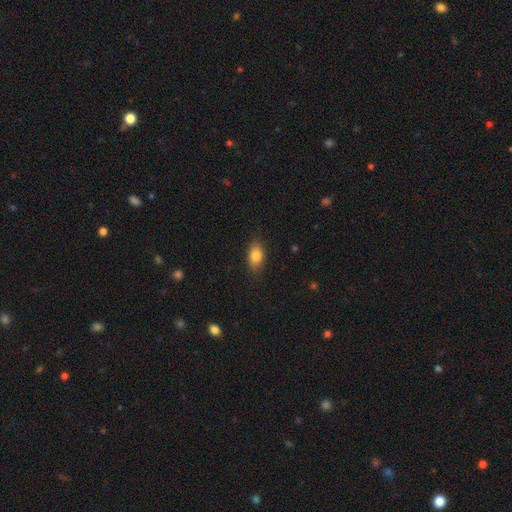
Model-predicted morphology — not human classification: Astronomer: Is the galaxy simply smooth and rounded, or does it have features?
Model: smooth — 84%.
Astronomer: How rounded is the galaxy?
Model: in between — 84%.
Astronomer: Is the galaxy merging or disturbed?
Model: none — 83%.